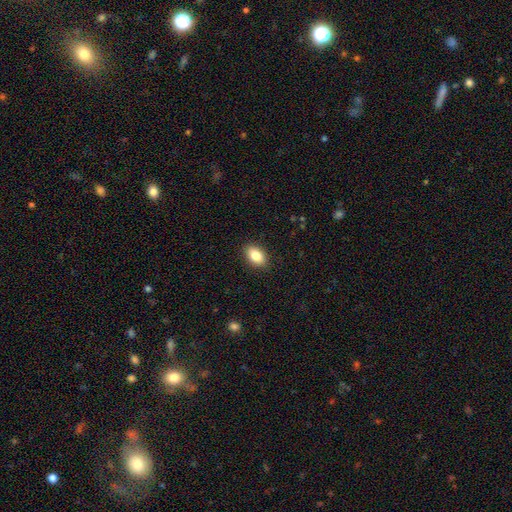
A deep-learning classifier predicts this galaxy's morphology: Overall: smooth (85%). How rounded: in between (90%). Merging: none (89%).